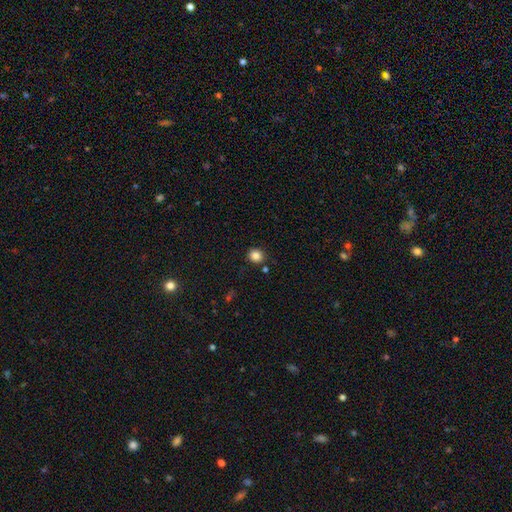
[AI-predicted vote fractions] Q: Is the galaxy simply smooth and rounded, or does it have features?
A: smooth — 84%.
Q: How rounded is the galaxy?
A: round — 83%.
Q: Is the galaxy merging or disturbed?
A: none — 85%.